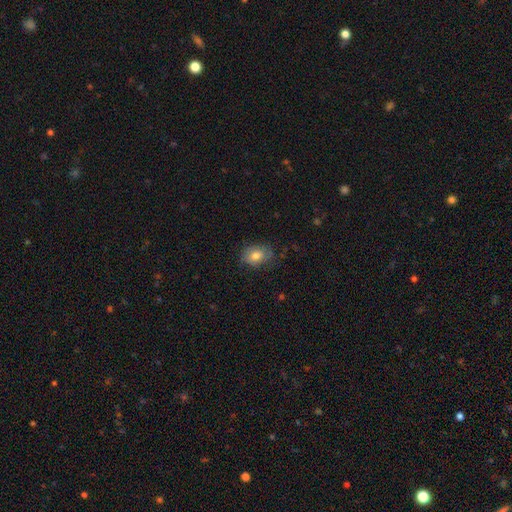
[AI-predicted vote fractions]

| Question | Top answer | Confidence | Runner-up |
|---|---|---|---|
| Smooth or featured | smooth | 76% | featured or disk (16%) |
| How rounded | in between | 65% | round (34%) |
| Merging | none | 70% | minor disturbance (22%) |